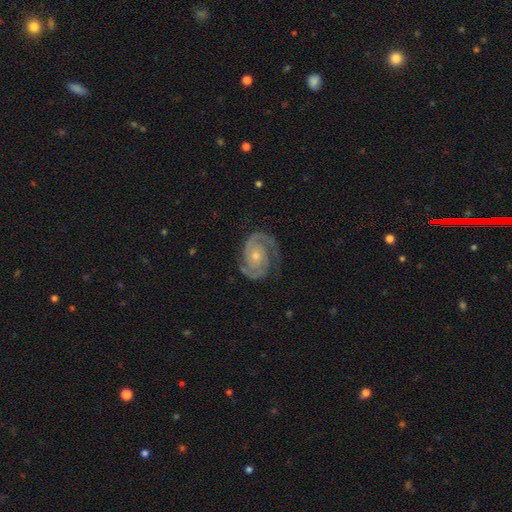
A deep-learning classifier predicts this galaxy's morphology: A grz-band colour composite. It shows a featured or disk galaxy (92%) with no bar (72%), 2 (89%) tight (58%) spiral arms (98%) and a small central bulge (60%). Merging: none (78%).